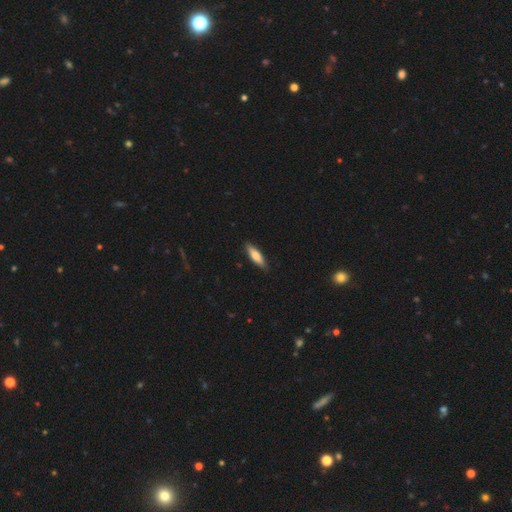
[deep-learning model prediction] smooth 77%, featured or disk 18%, star or artifact 5%. Down the decision tree: how rounded — cigar-shaped (58%); merging — none (87%).